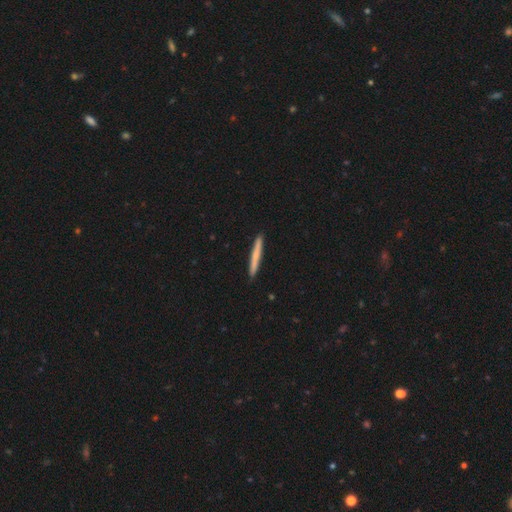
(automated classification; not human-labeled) Smooth or featured? Predicted: smooth (p=0.65). How rounded? Predicted: cigar-shaped (p=0.97). Merging? Predicted: none (p=0.92).